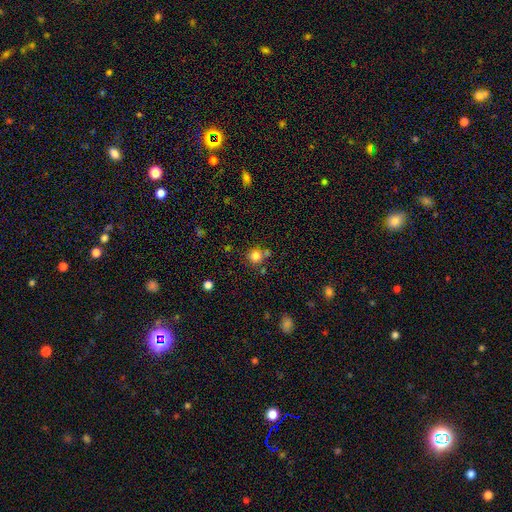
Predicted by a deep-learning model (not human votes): A smooth galaxy with no disk features (81%) that is round (91%). Merging: none (72%).